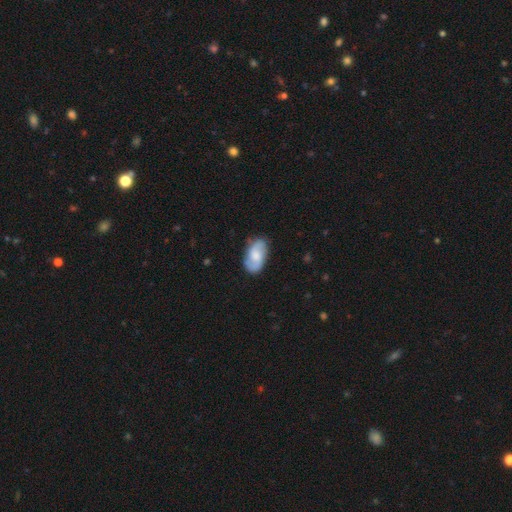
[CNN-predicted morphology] Q: Smooth or featured?
A: featured or disk (58%); runner-up: smooth (35%)
Q: Edge-on disk?
A: no (95%); runner-up: yes (5%)
Q: Bar?
A: no (56%); runner-up: weak (37%)
Q: Spiral arms?
A: yes (90%); runner-up: no (10%)
Q: Bulge size?
A: moderate (43%); runner-up: small (29%)
Q: Merging?
A: none (76%); runner-up: minor disturbance (18%)